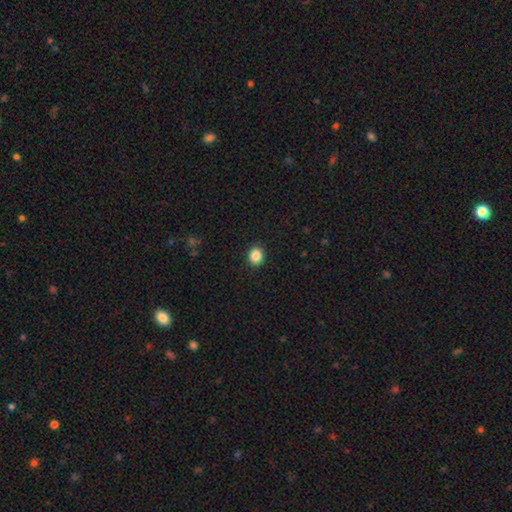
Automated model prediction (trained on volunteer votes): A smooth galaxy with no disk features (86%) that is round (66%).

Vote fractions:
- Smooth or featured? smooth: 86% / star or artifact: 10% / featured or disk: 4%
- How rounded? round: 66% / in between: 33% / cigar-shaped: 1%
- Merging? none: 92% / minor disturbance: 6% / major disturbance: 2% / merger: 1%